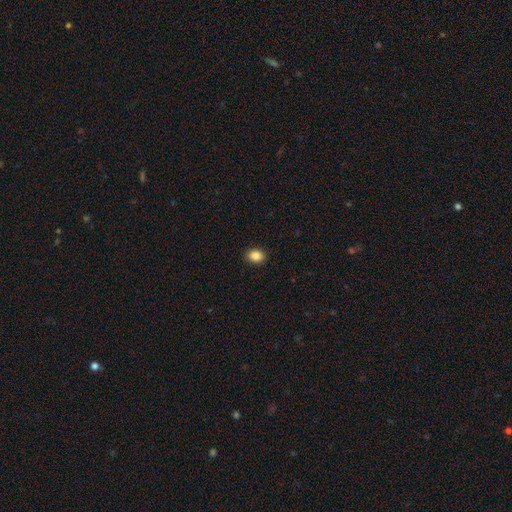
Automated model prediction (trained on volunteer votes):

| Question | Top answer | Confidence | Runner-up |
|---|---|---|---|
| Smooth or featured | smooth | 86% | star or artifact (9%) |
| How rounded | in between | 62% | round (37%) |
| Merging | none | 90% | minor disturbance (7%) |